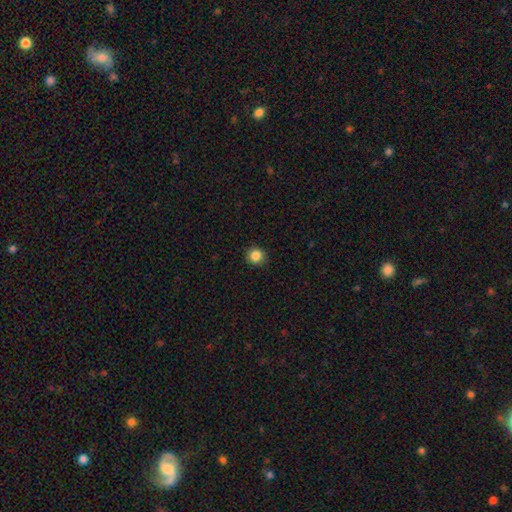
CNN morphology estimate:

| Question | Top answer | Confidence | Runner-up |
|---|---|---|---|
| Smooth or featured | smooth | 86% | star or artifact (11%) |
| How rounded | round | 94% | in between (5%) |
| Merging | none | 91% | minor disturbance (6%) |